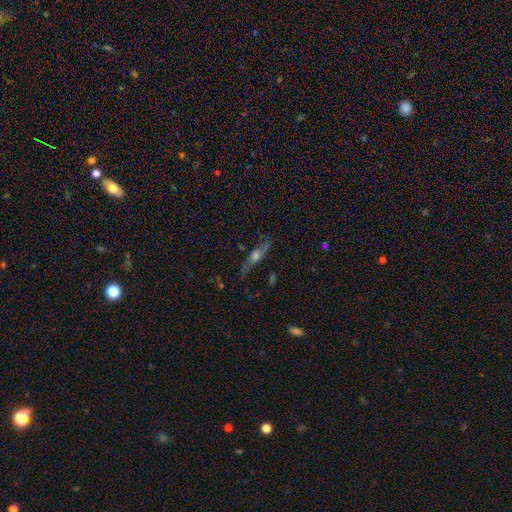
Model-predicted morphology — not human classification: Smooth or featured? Predicted: featured or disk (p=0.60). Edge-on disk? Predicted: yes (p=0.73). Merging? Predicted: none (p=0.72).